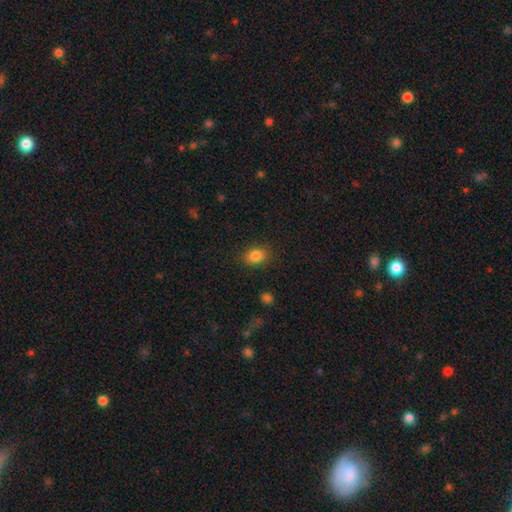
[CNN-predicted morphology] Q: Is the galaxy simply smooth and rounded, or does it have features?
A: smooth — 85%.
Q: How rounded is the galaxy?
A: in between — 64%.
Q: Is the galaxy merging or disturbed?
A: none — 86%.